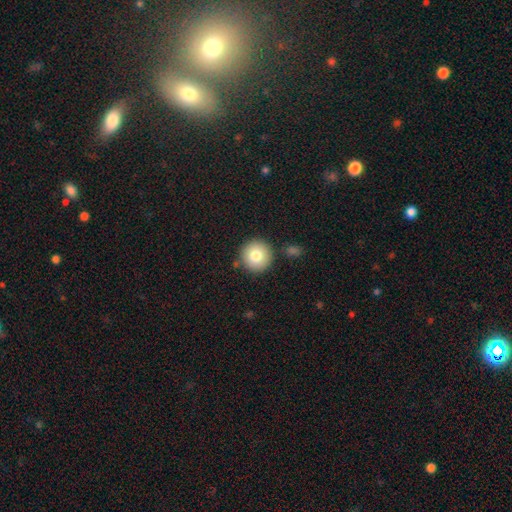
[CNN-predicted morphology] smooth_or_featured: smooth (p=0.80) [alt: featured or disk p=0.11]
how_rounded: round (p=0.95) [alt: in between p=0.04]
merging: none (p=0.85) [alt: minor disturbance p=0.08]